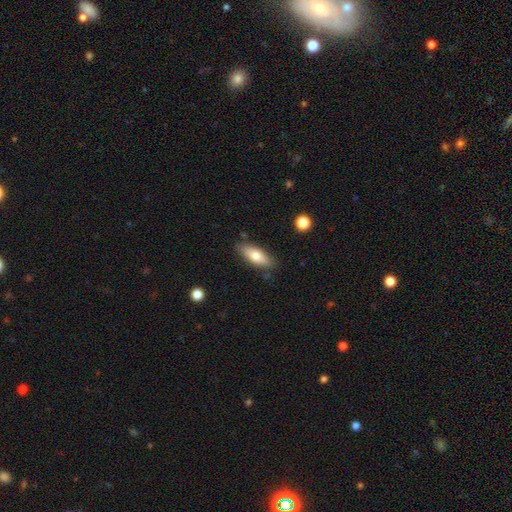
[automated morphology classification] Smooth or featured?
  - smooth: 71% *
  - featured or disk: 23%
  - star or artifact: 6%
How rounded?
  - in between: 69% *
  - cigar-shaped: 29%
  - round: 2%
Merging?
  - none: 83% *
  - minor disturbance: 13%
  - major disturbance: 2%
  - merger: 2%